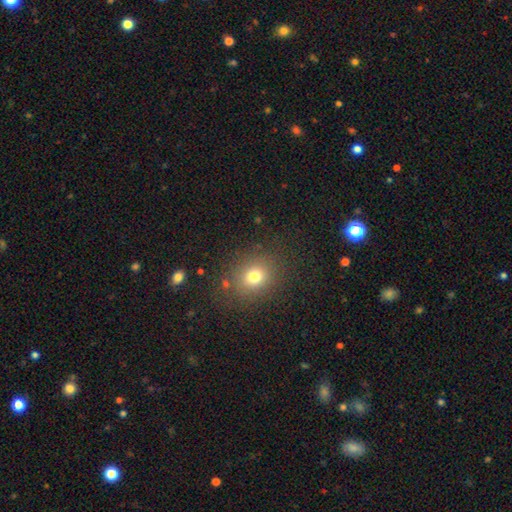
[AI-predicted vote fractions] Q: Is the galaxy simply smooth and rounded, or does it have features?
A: smooth — 66%.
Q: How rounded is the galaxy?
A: round — 67%.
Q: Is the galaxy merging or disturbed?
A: none — 89%.